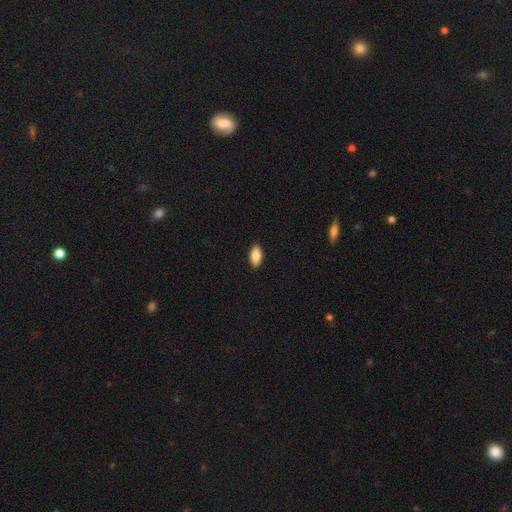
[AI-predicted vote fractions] Smooth or featured? smooth (81%)
How rounded? in between (83%)
Merging? none (89%)